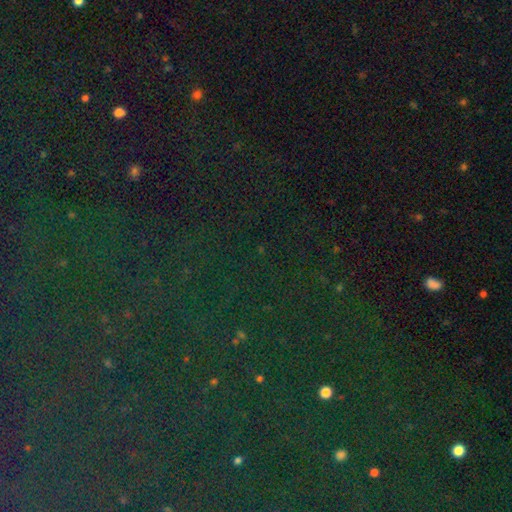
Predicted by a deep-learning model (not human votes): Q: Smooth or featured?
A: star or artifact (80%); runner-up: smooth (11%)